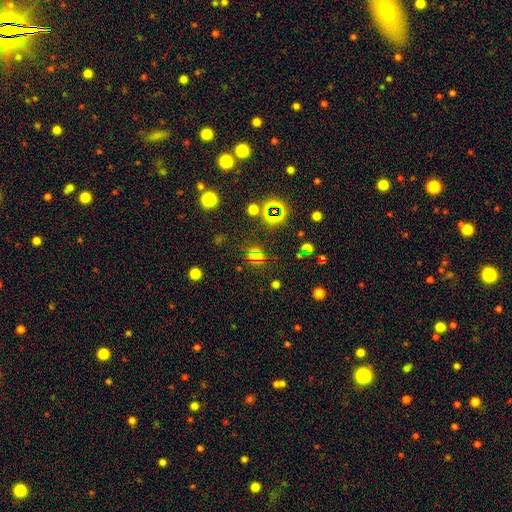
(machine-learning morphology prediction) Smooth or featured: star or artifact — 59% (smooth — 31%)